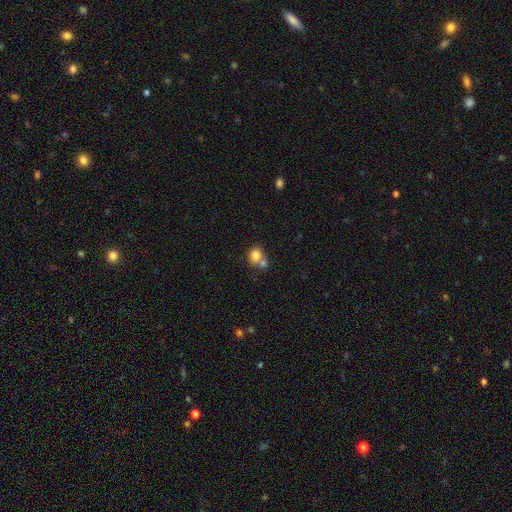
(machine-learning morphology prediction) smooth_or_featured: smooth (p=0.79) [alt: featured or disk p=0.11]
how_rounded: round (p=0.69) [alt: in between p=0.31]
merging: merger (p=0.46) [alt: none p=0.41]